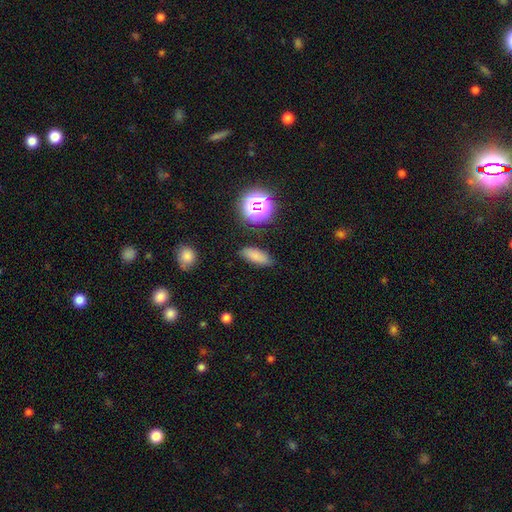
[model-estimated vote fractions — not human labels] A smooth galaxy with no disk features (76%) that is in between round and cigar-shaped (71%). Merging: none (84%).